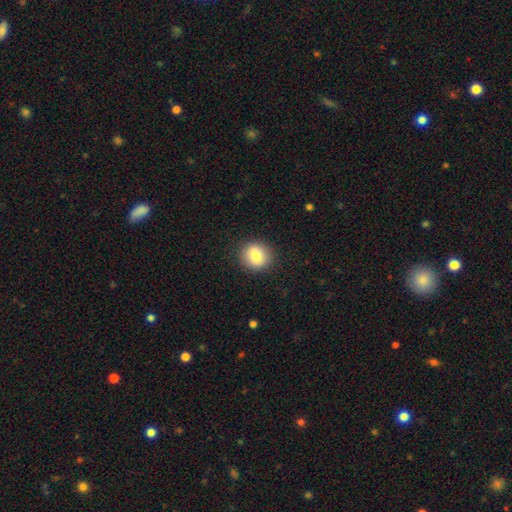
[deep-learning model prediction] A smooth galaxy with no disk features (82%) that is round (86%). Merging: none (90%).